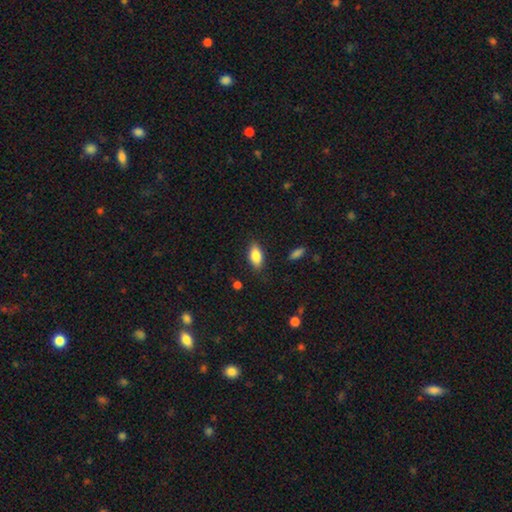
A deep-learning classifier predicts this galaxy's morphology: Q: Smooth or featured?
A: smooth (83%); runner-up: featured or disk (10%)
Q: How rounded?
A: in between (87%); runner-up: cigar-shaped (9%)
Q: Merging?
A: none (86%); runner-up: minor disturbance (10%)